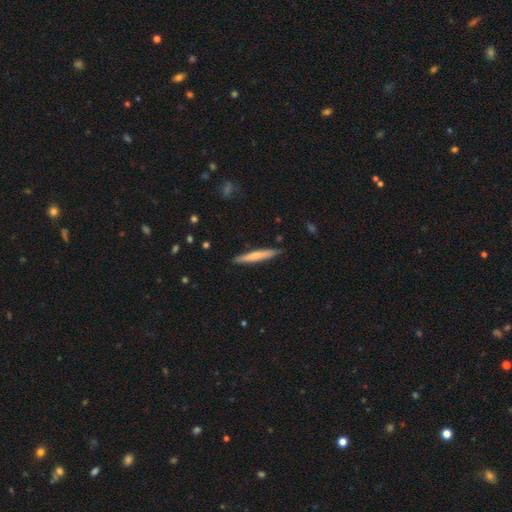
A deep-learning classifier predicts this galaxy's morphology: Smooth or featured? smooth (60%)
How rounded? cigar-shaped (95%)
Merging? none (88%)